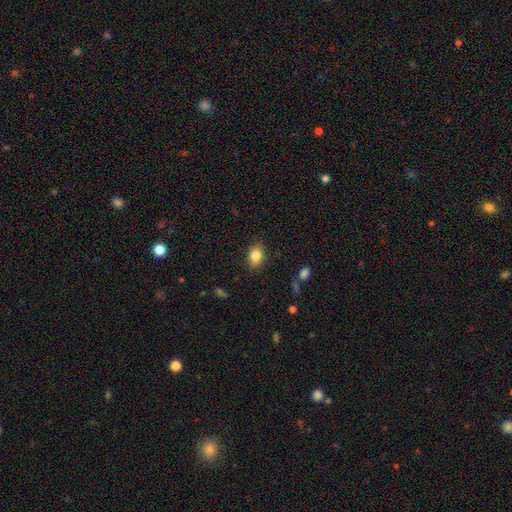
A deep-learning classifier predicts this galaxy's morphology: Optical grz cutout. It shows a smooth galaxy with no disk features (83%) that is in between round and cigar-shaped (78%). Merging: none (86%).